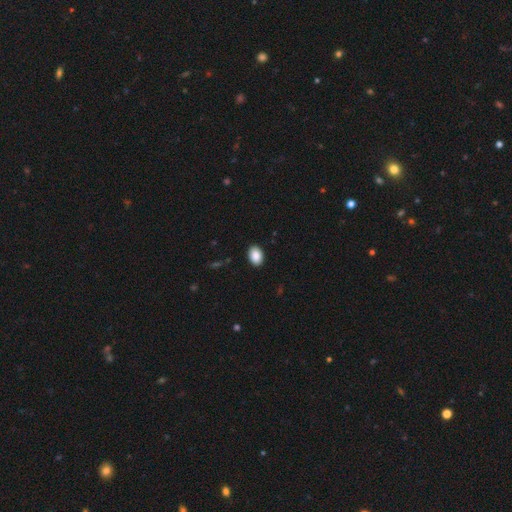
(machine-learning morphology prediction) type=smooth (89%); roundness=in between (80%); merging=none (90%).